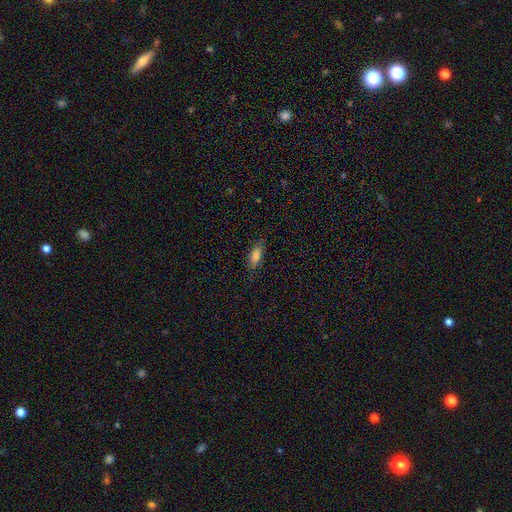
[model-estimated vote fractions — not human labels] Overall: smooth (80%). How rounded: in between (76%). Merging: none (83%).